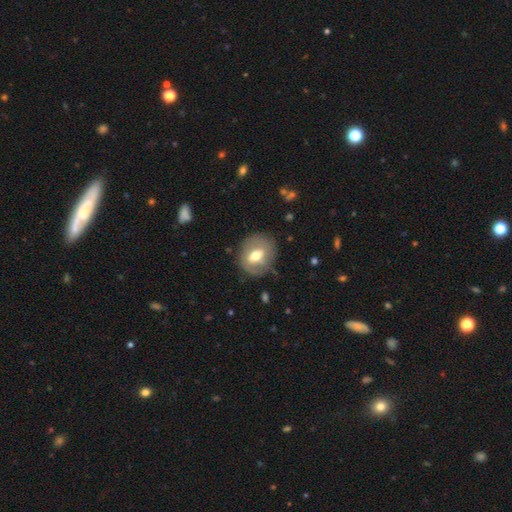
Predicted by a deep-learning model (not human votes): This is possibly a smooth galaxy (52%). How rounded: likely round (61%). Merging: likely none (74%).